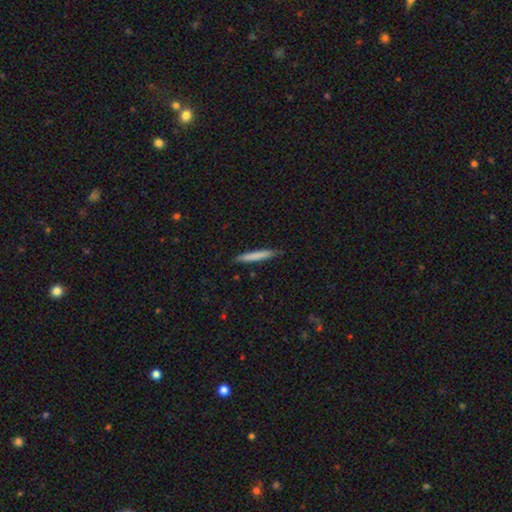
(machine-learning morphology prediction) type=smooth (76%); roundness=cigar-shaped (95%); merging=none (87%).